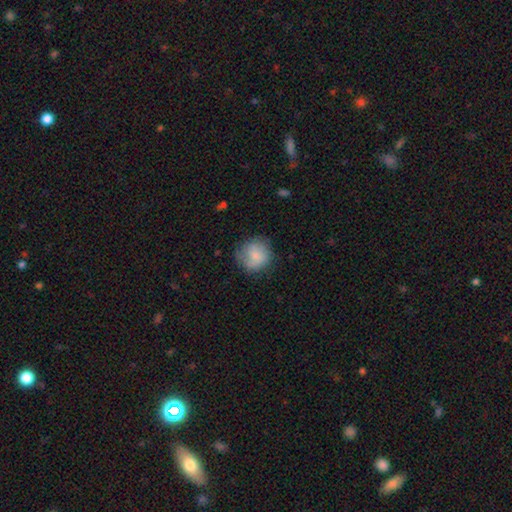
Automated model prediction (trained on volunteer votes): A smooth galaxy with no disk features (63%) that is round (88%).

Vote fractions:
- Smooth or featured? smooth: 63% / featured or disk: 29% / star or artifact: 7%
- How rounded? round: 88% / in between: 11% / cigar-shaped: 1%
- Merging? none: 69% / minor disturbance: 21% / major disturbance: 9% / merger: 2%